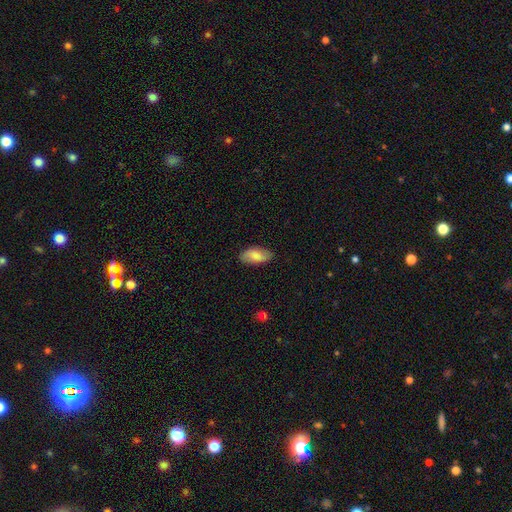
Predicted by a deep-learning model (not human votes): smooth-or-featured: smooth: 77% | featured or disk: 16% | star or artifact: 6%
  how-rounded: in between: 92% | cigar-shaped: 5% | round: 2%
  merging: none: 82% | minor disturbance: 14% | major disturbance: 3% | merger: 1%